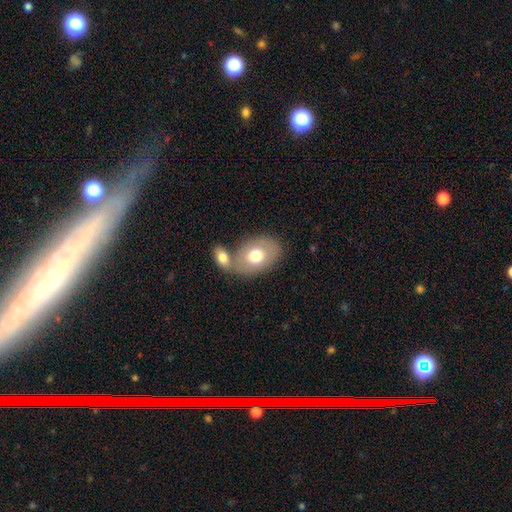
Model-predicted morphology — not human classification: Smooth or featured: smooth — 69% (featured or disk — 24%)
How rounded: in between — 82% (round — 17%)
Merging: none — 46% (merger — 38%)